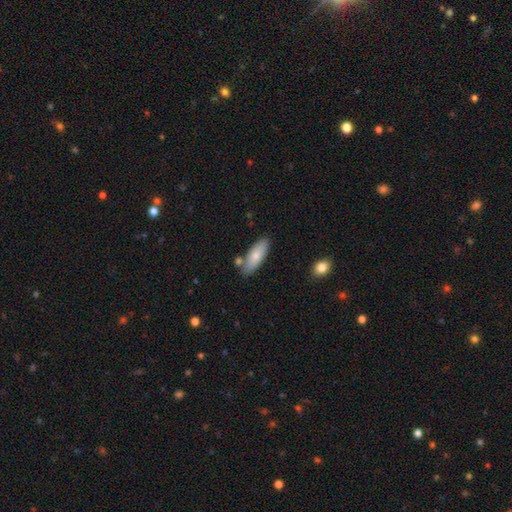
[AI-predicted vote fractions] A smooth galaxy with no disk features (78%) that is in between round and cigar-shaped (69%).

Vote fractions:
- Smooth or featured? smooth: 78% / featured or disk: 16% / star or artifact: 6%
- How rounded? in between: 69% / cigar-shaped: 29% / round: 2%
- Merging? none: 78% / minor disturbance: 13% / merger: 7% / major disturbance: 2%